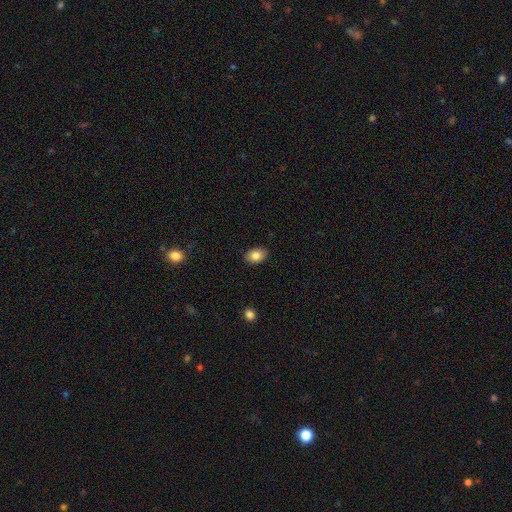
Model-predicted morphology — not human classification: The model was most divided on "how rounded": in between: 81%, round: 18%, cigar-shaped: 1%. More confident: merging — none (86%); smooth or featured — smooth (83%).